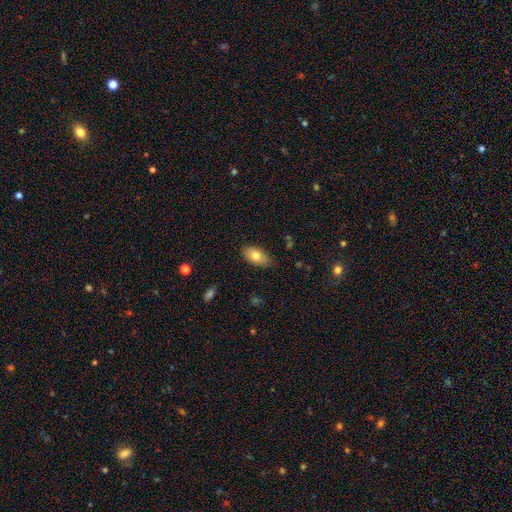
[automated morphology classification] smooth 76%, featured or disk 16%, star or artifact 7%. Down the decision tree: how rounded — in between (92%); merging — none (83%).